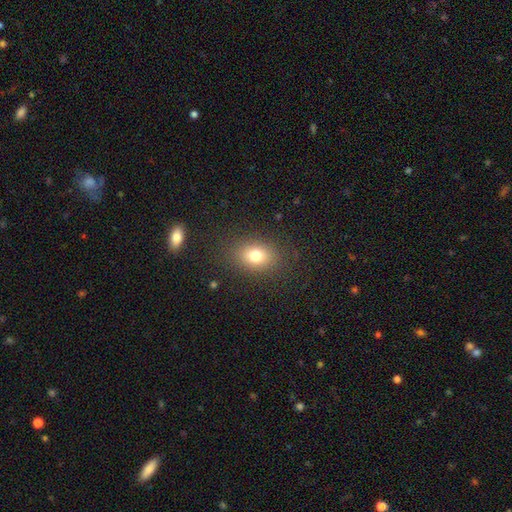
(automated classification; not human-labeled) Q: Smooth or featured?
A: smooth (76%); runner-up: star or artifact (13%)
Q: How rounded?
A: in between (65%); runner-up: round (34%)
Q: Merging?
A: none (85%); runner-up: minor disturbance (10%)